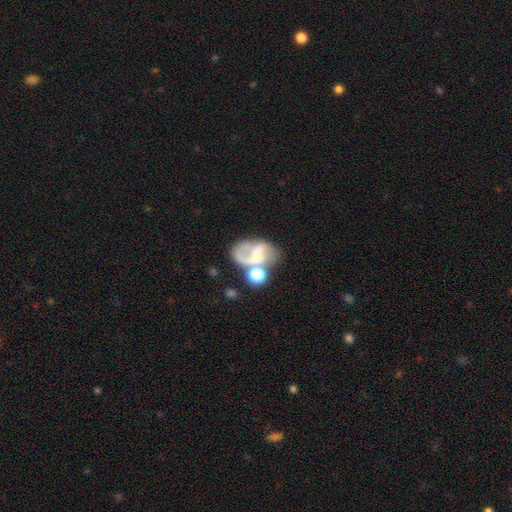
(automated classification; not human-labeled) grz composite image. It shows a featured or disk galaxy (57%) with no bar (45%), spiral arms (64%) and no central bulge (39%). Merging: none (31%).